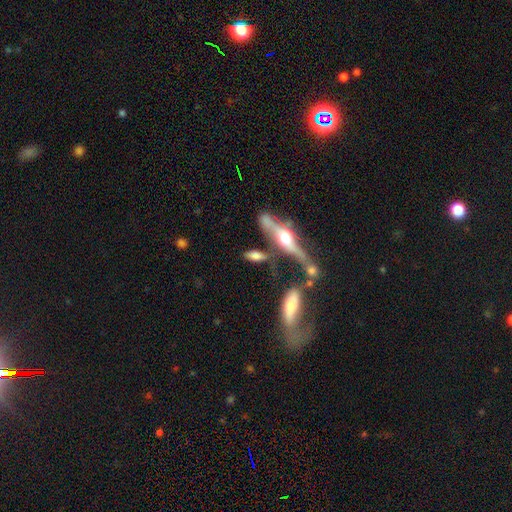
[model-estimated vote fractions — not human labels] This appears to be a smooth galaxy with no disk features (51%) that is in between round and cigar-shaped (62%). Merging: none (60%).